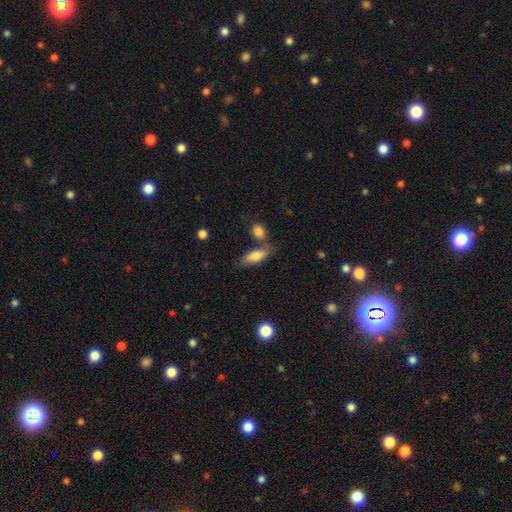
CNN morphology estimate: Q: Smooth or featured?
A: smooth (73%); runner-up: featured or disk (20%)
Q: How rounded?
A: in between (66%); runner-up: cigar-shaped (31%)
Q: Merging?
A: none (62%); runner-up: merger (17%)